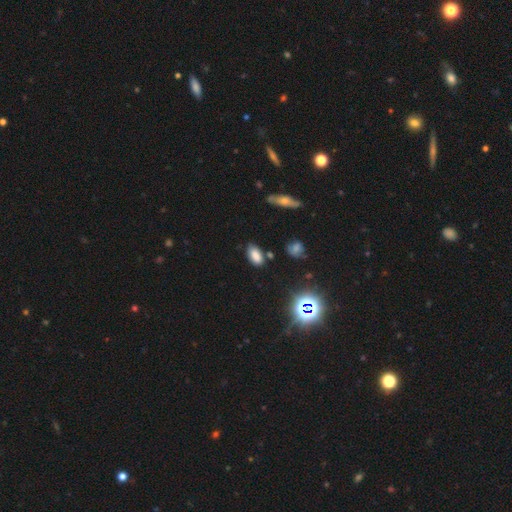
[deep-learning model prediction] Q: Smooth or featured?
A: smooth (78%); runner-up: star or artifact (14%)
Q: How rounded?
A: in between (92%); runner-up: round (5%)
Q: Merging?
A: none (75%); runner-up: minor disturbance (18%)